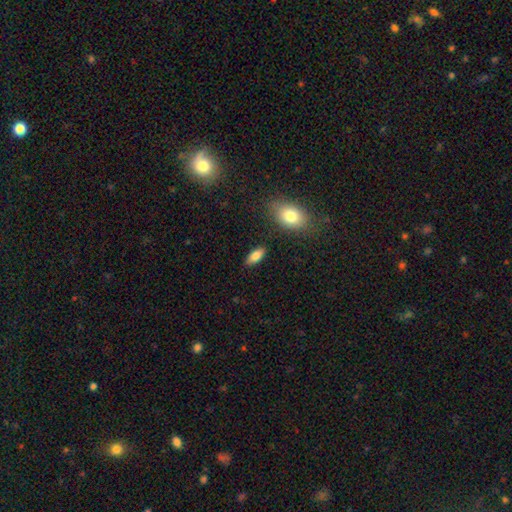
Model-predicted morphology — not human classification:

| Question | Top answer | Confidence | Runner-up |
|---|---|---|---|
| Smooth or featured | smooth | 83% | featured or disk (10%) |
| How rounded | in between | 86% | cigar-shaped (12%) |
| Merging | none | 85% | minor disturbance (10%) |